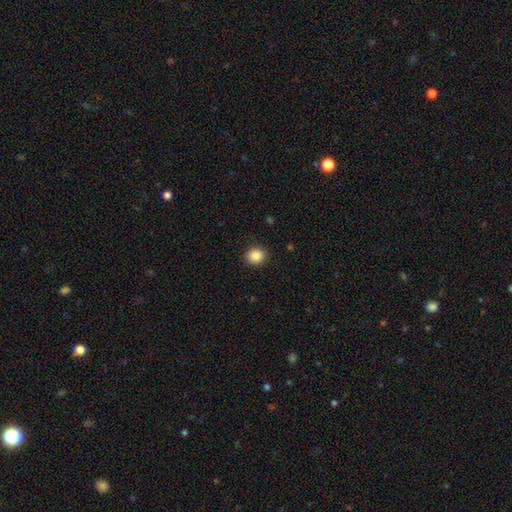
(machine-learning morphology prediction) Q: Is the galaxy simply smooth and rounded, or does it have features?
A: smooth — 87%.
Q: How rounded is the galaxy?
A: round — 79%.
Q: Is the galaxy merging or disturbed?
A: none — 91%.